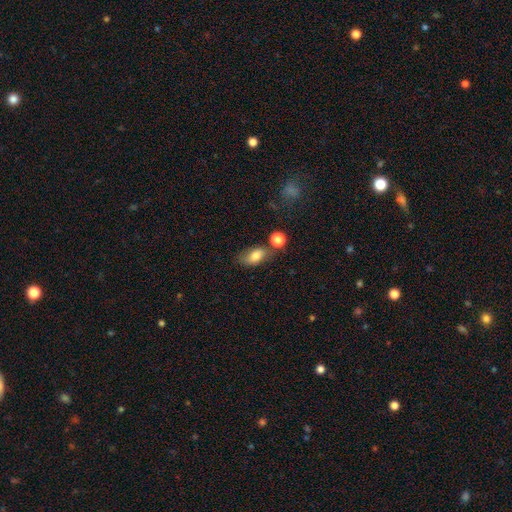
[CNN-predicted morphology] This is likely a smooth galaxy (77%). How rounded: clearly in between (84%). Merging: possibly none (57%).